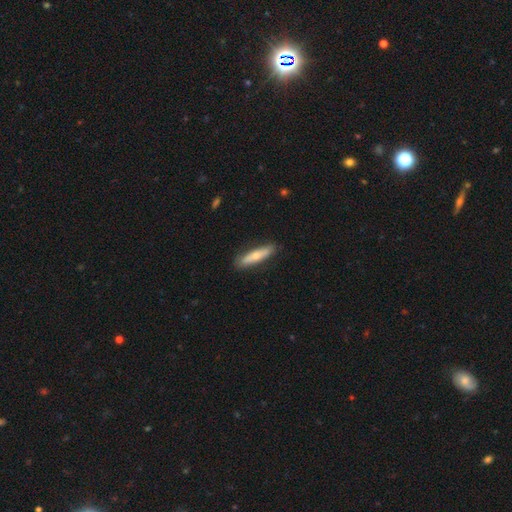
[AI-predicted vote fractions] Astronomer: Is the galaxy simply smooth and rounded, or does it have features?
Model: smooth — 60%.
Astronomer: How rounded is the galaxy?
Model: cigar-shaped — 78%.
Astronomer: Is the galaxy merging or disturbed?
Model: none — 87%.